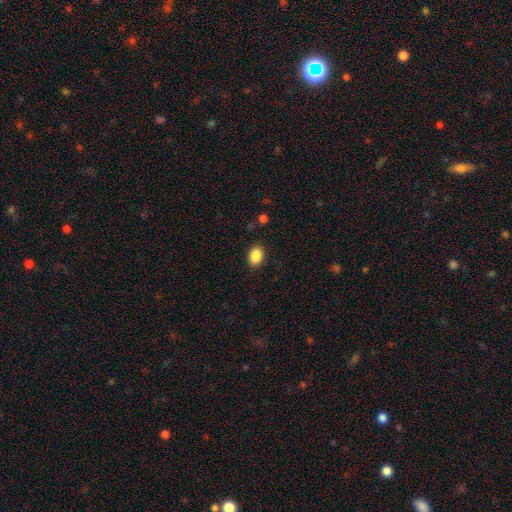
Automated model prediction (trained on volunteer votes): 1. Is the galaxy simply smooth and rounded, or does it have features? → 88% smooth, 8% star or artifact, 4% featured or disk.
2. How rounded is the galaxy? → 79% in between, 20% round, 1% cigar-shaped.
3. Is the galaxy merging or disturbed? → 88% none, 9% minor disturbance, 2% major disturbance, 1% merger.